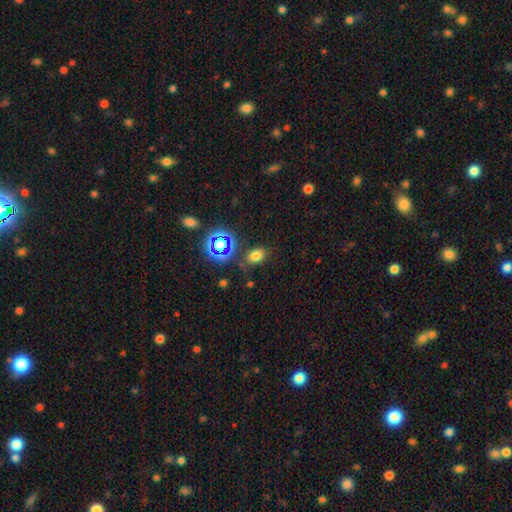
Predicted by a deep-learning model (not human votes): Smooth or featured? Predicted: smooth (p=0.69). How rounded? Predicted: in between (p=0.76). Merging? Predicted: none (p=0.77).